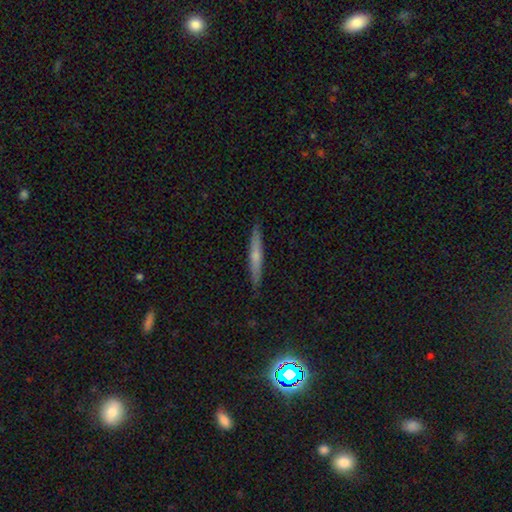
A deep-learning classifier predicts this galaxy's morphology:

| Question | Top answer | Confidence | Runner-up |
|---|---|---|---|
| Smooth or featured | smooth | 48% | featured or disk (45%) |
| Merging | none | 89% | minor disturbance (8%) |